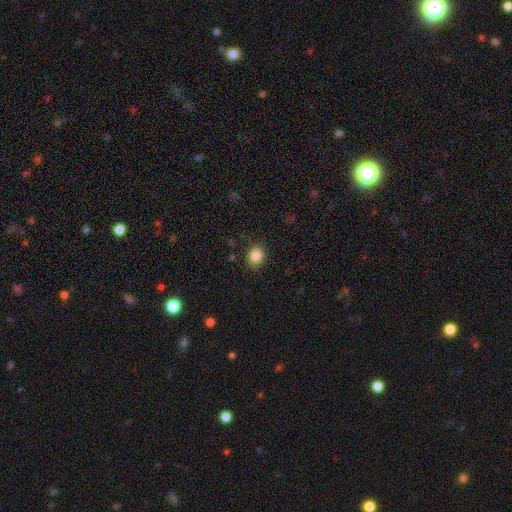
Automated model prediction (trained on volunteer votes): This appears to be a smooth galaxy with no disk features (86%) that is round (62%). Merging: none (84%).